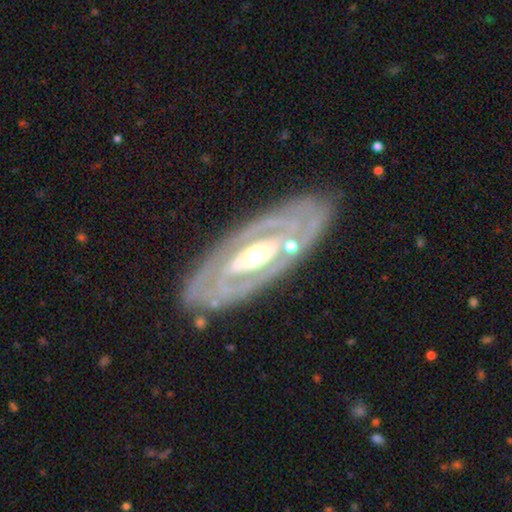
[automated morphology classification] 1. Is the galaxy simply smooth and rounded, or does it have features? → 84% featured or disk, 11% smooth, 4% star or artifact.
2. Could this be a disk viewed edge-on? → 86% no, 14% yes.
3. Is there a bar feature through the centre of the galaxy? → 55% no, 24% weak, 21% strong.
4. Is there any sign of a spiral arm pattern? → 63% yes, 37% no.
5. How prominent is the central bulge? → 70% moderate, 17% small, 11% large, 1% dominant, 1% none.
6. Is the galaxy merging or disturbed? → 82% none, 12% minor disturbance, 4% major disturbance, 2% merger.